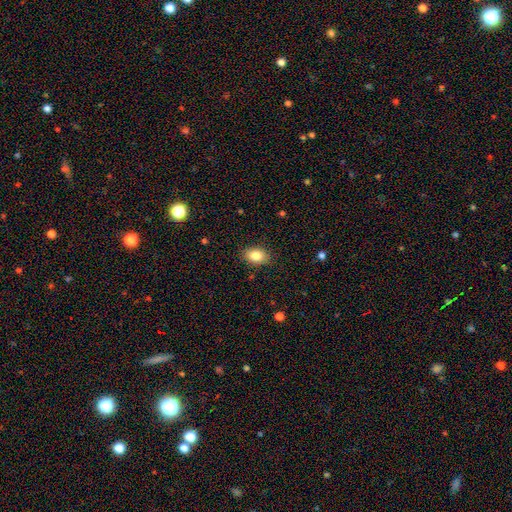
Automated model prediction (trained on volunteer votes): Overall: smooth (84%). How rounded: in between (81%). Merging: none (87%).